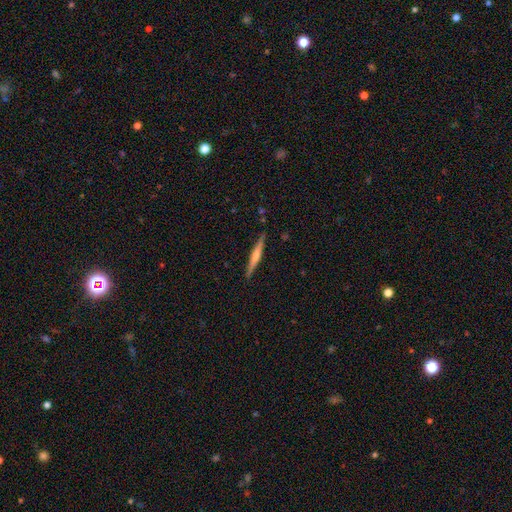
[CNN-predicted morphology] This appears to be a featured or disk galaxy (56%) viewed edge-on (97%) with a rounded central bulge (50%). Merging: none (89%).